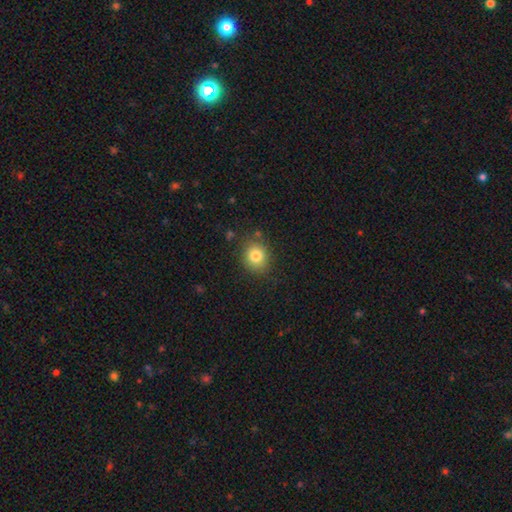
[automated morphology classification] Q: Smooth or featured?
A: smooth (81%); runner-up: star or artifact (11%)
Q: How rounded?
A: round (73%); runner-up: in between (26%)
Q: Merging?
A: none (83%); runner-up: minor disturbance (11%)